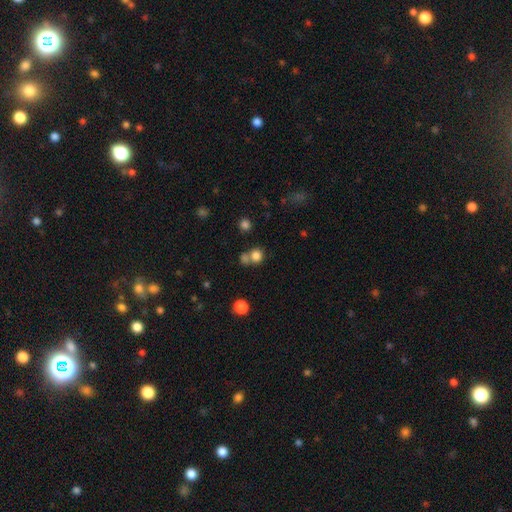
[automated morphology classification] smooth_or_featured: smooth (p=0.79) [alt: star or artifact p=0.14]
how_rounded: round (p=0.86) [alt: in between p=0.13]
merging: none (p=0.54) [alt: merger p=0.34]